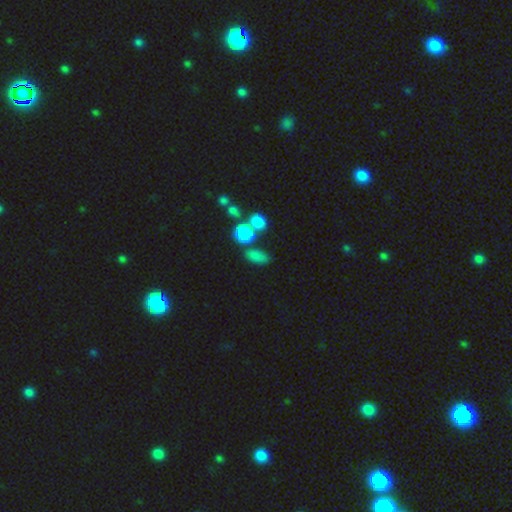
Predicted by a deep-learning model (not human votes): This appears to be a smooth galaxy with no disk features (77%) that is in between round and cigar-shaped (71%). Merging: none (49%).